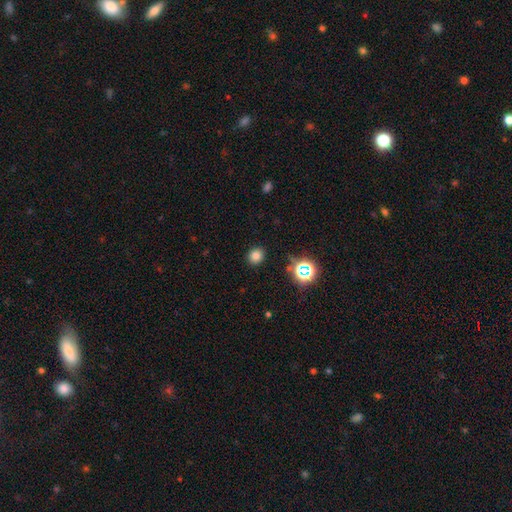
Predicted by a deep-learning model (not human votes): A smooth galaxy with no disk features (76%) that is round (73%).

Vote fractions:
- Smooth or featured? smooth: 76% / star or artifact: 18% / featured or disk: 6%
- How rounded? round: 73% / in between: 26% / cigar-shaped: 1%
- Merging? none: 88% / minor disturbance: 8% / major disturbance: 3% / merger: 2%